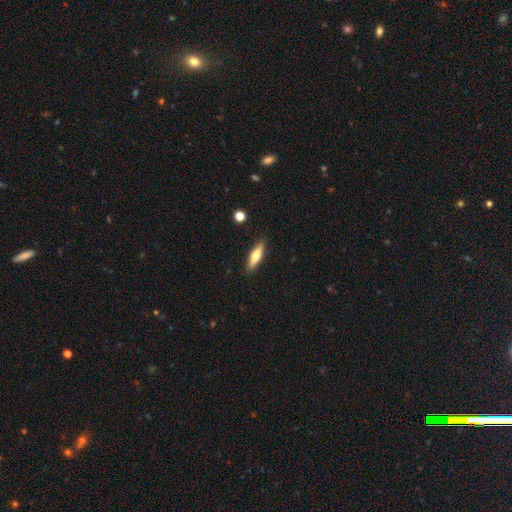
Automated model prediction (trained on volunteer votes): The model was most divided on "smooth or featured": smooth: 59%, featured or disk: 35%, star or artifact: 6%. More confident: merging — none (88%); how rounded — cigar-shaped (63%).